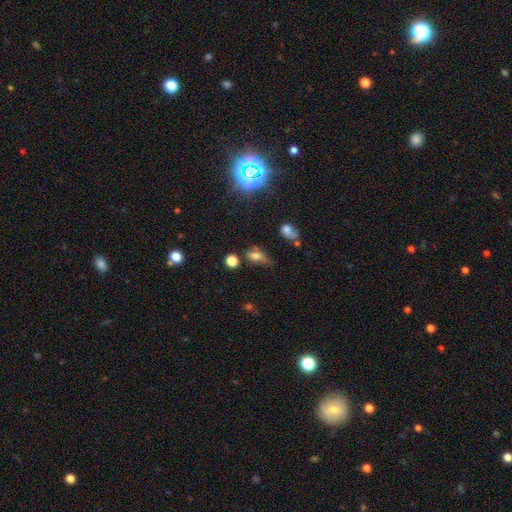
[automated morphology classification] This is likely a smooth galaxy (65%). How rounded: likely in between (76%). Merging: marginally none (41%).